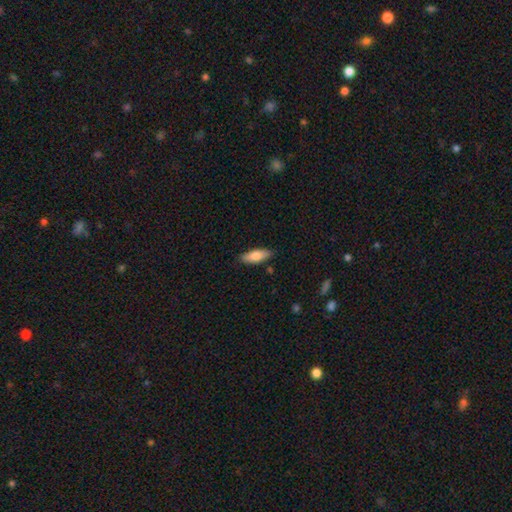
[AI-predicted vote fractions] A smooth galaxy with no disk features (78%) that is in between round and cigar-shaped (69%). Merging: none (85%).